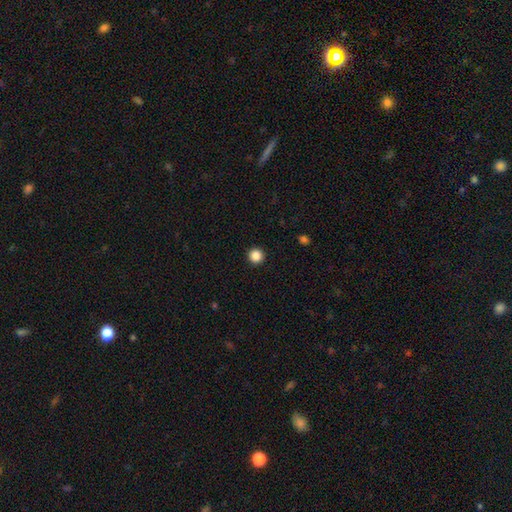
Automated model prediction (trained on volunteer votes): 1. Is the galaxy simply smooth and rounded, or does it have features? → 86% smooth, 11% star or artifact, 3% featured or disk.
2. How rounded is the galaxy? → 96% round, 3% in between, 1% cigar-shaped.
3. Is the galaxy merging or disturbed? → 94% none, 4% minor disturbance, 1% major disturbance, 1% merger.